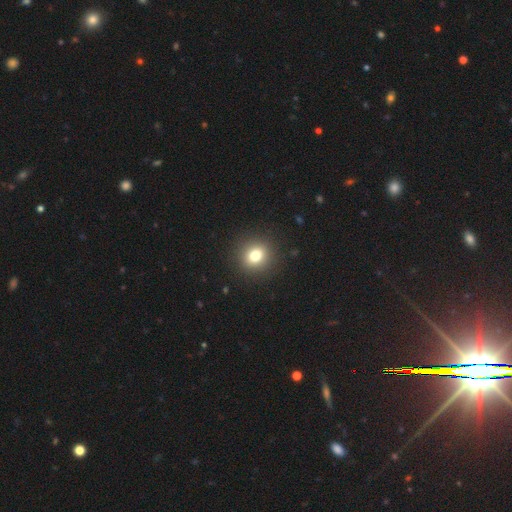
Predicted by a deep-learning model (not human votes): smooth-or-featured: smooth: 71% | star or artifact: 23% | featured or disk: 6%
  how-rounded: round: 93% | in between: 6% | cigar-shaped: 1%
  merging: none: 93% | minor disturbance: 4% | major disturbance: 2% | merger: 1%